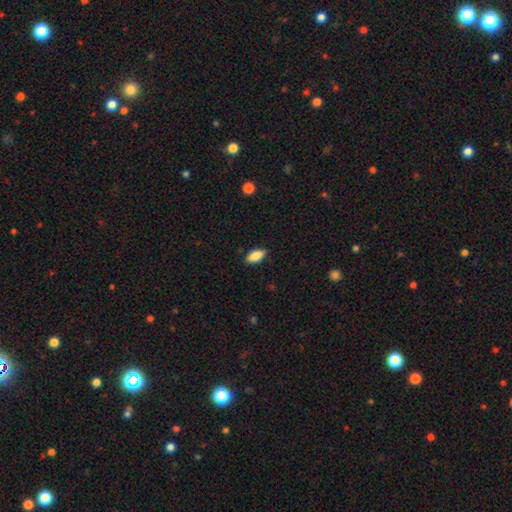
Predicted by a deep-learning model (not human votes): Smooth or featured? smooth (82%)
How rounded? in between (88%)
Merging? none (85%)